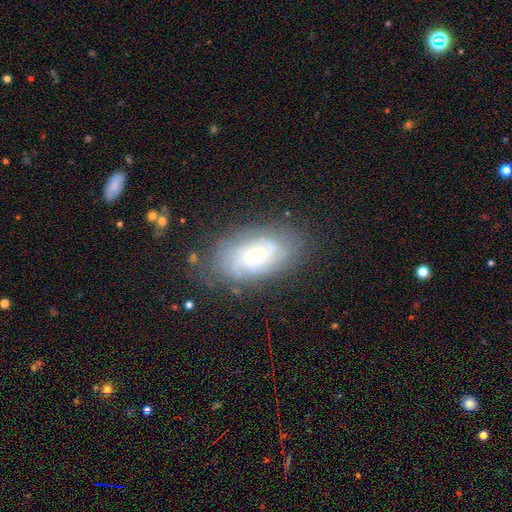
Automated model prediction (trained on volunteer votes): Q: Smooth or featured?
A: featured or disk (66%); runner-up: smooth (25%)
Q: Edge-on disk?
A: no (93%); runner-up: yes (7%)
Q: Bar?
A: no (77%); runner-up: weak (19%)
Q: Spiral arms?
A: yes (85%); runner-up: no (15%)
Q: Spiral winding?
A: tight (63%); runner-up: medium (27%)
Q: Spiral arm count?
A: can't tell (53%); runner-up: 2 (13%)
Q: Bulge size?
A: small (70%); runner-up: moderate (24%)
Q: Merging?
A: none (73%); runner-up: minor disturbance (18%)